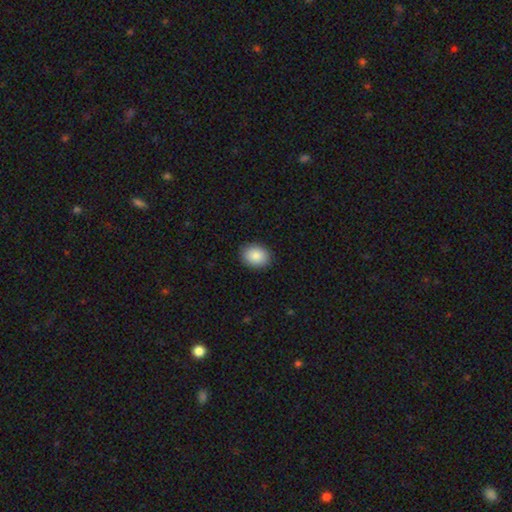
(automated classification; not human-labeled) A smooth galaxy with no disk features (89%) that is in between round and cigar-shaped (63%). Merging: none (89%).